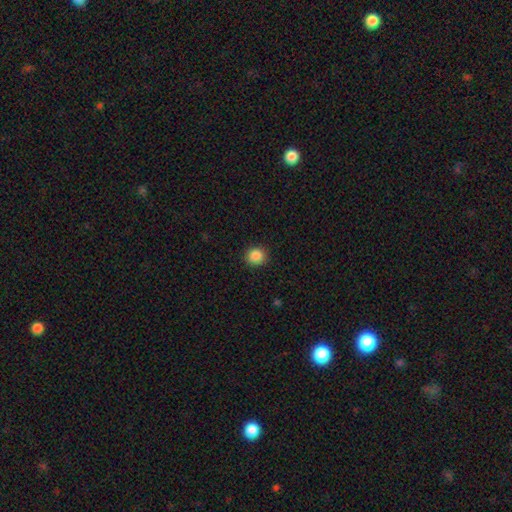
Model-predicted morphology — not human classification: smooth-or-featured: smooth: 87% | star or artifact: 10% | featured or disk: 3%
  how-rounded: round: 88% | in between: 11% | cigar-shaped: 1%
  merging: none: 91% | minor disturbance: 6% | major disturbance: 2% | merger: 1%